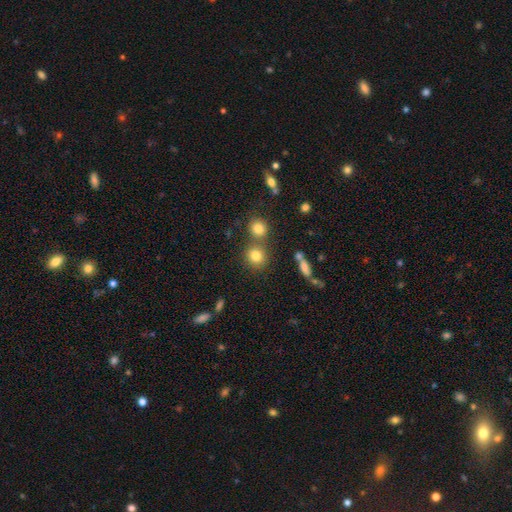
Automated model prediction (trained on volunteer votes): Overall: smooth (80%). How rounded: round (86%). Merging: none (65%).